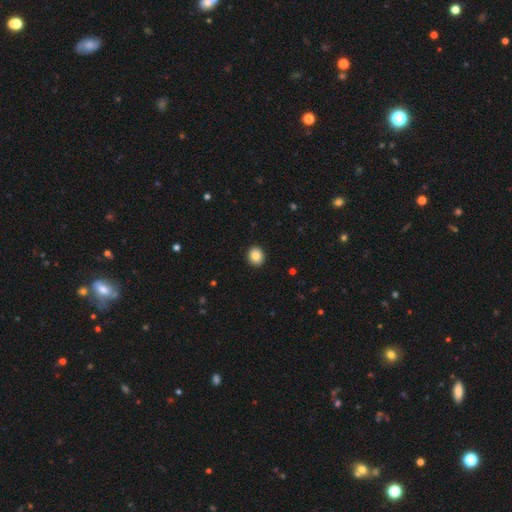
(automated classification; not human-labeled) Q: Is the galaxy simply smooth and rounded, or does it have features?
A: smooth — 85%.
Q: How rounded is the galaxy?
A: round — 75%.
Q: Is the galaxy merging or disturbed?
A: none — 92%.